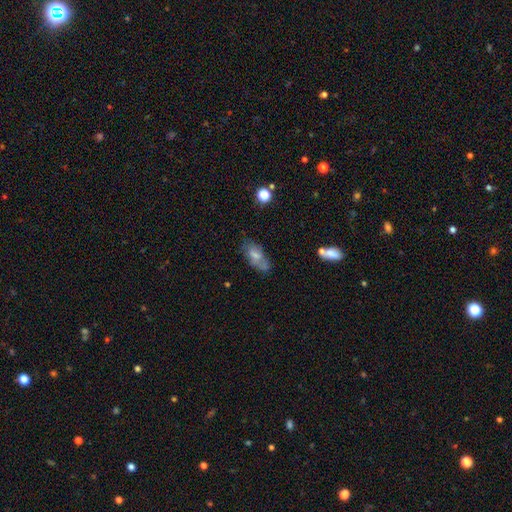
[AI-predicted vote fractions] smooth-or-featured: smooth: 56% | featured or disk: 35% | star or artifact: 9%
  how-rounded: in between: 85% | cigar-shaped: 11% | round: 4%
  merging: none: 50% | minor disturbance: 27% | major disturbance: 14% | merger: 9%